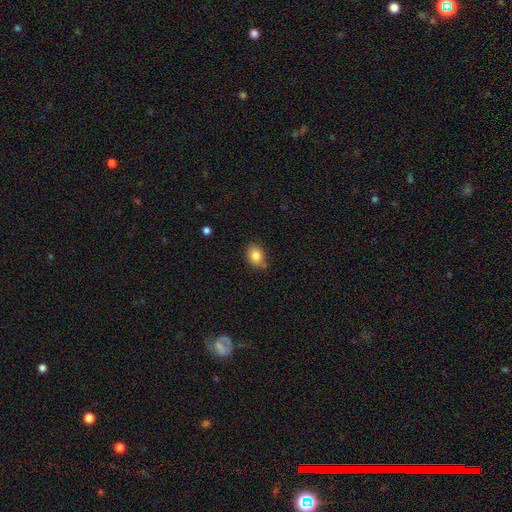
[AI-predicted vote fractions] Smooth or featured?
  - smooth: 83% *
  - star or artifact: 9%
  - featured or disk: 8%
How rounded?
  - in between: 65% *
  - round: 34%
  - cigar-shaped: 1%
Merging?
  - none: 76% *
  - minor disturbance: 19%
  - major disturbance: 3%
  - merger: 3%